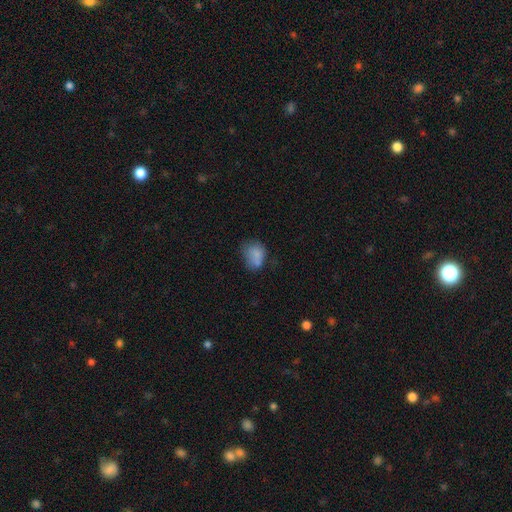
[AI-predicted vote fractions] Q: Smooth or featured?
A: smooth (76%); runner-up: featured or disk (13%)
Q: How rounded?
A: in between (59%); runner-up: round (39%)
Q: Merging?
A: none (43%); runner-up: minor disturbance (30%)